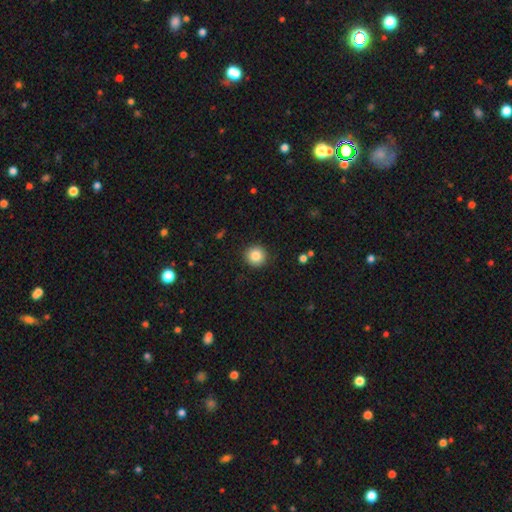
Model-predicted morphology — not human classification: A smooth galaxy with no disk features (85%) that is round (95%). Merging: none (91%).